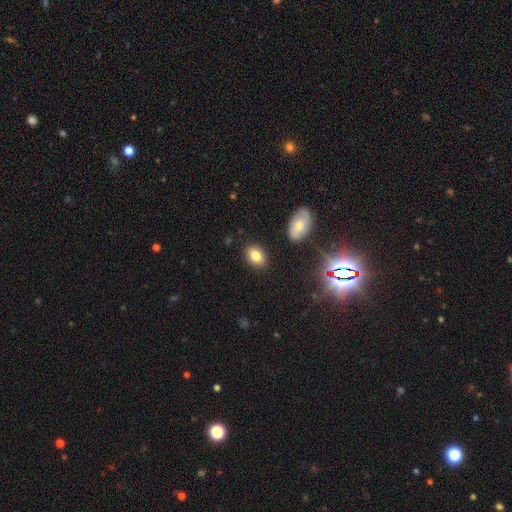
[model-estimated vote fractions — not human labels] A smooth galaxy with no disk features (82%) that is in between round and cigar-shaped (79%).

Vote fractions:
- Smooth or featured? smooth: 82% / star or artifact: 10% / featured or disk: 9%
- How rounded? in between: 79% / round: 19% / cigar-shaped: 1%
- Merging? none: 86% / minor disturbance: 10% / major disturbance: 2% / merger: 2%